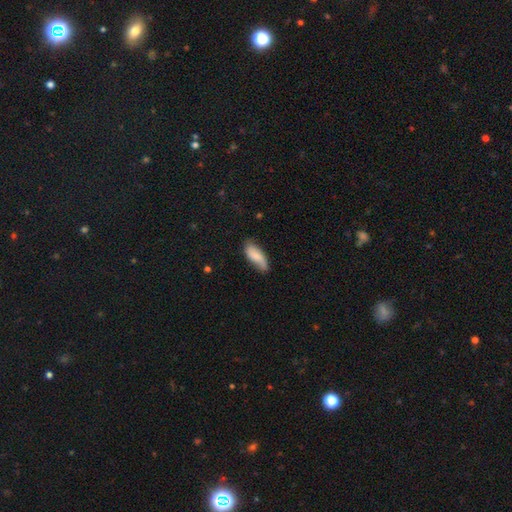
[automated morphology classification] Smooth or featured?
  - smooth: 68% *
  - featured or disk: 26%
  - star or artifact: 6%
How rounded?
  - in between: 76% *
  - cigar-shaped: 22%
  - round: 2%
Merging?
  - none: 64% *
  - minor disturbance: 28%
  - major disturbance: 6%
  - merger: 2%